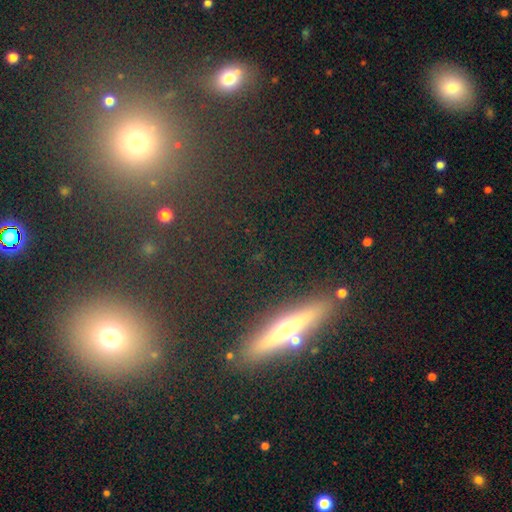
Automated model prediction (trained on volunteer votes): Q: Smooth or featured?
A: featured or disk (43%); runner-up: smooth (31%)
Q: Merging?
A: none (86%); runner-up: minor disturbance (8%)